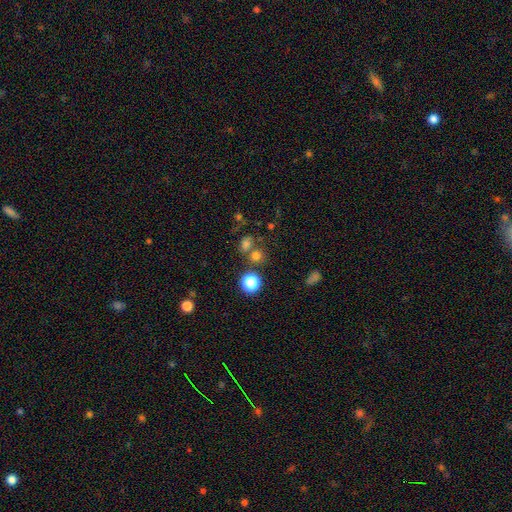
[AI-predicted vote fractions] smooth-or-featured: smooth: 67% | star or artifact: 25% | featured or disk: 8%
  how-rounded: round: 83% | in between: 16% | cigar-shaped: 1%
  merging: none: 61% | merger: 25% | minor disturbance: 9% | major disturbance: 5%